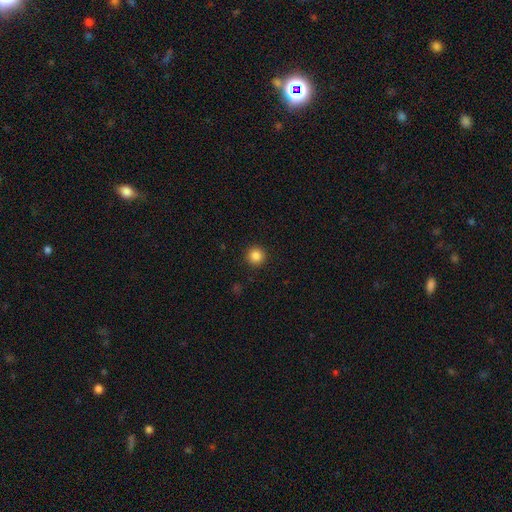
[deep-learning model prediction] This appears to be a smooth galaxy with no disk features (86%) that is round (95%). Merging: none (92%).